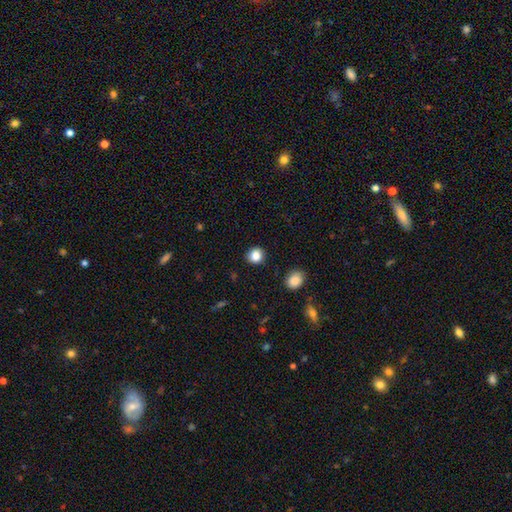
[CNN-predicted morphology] A smooth galaxy with no disk features (85%) that is round (87%).

Vote fractions:
- Smooth or featured? smooth: 85% / star or artifact: 10% / featured or disk: 4%
- How rounded? round: 87% / in between: 12% / cigar-shaped: 1%
- Merging? none: 90% / minor disturbance: 6% / major disturbance: 2% / merger: 2%